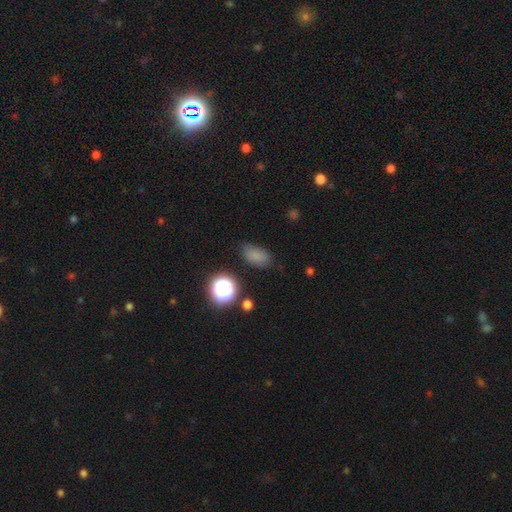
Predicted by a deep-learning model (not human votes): This is likely a smooth galaxy (77%). How rounded: clearly in between (84%). Merging: likely none (72%).